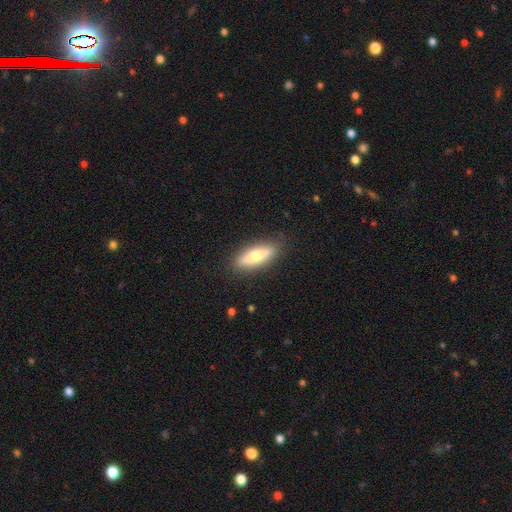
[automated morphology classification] Smooth or featured?
  - smooth: 63% *
  - featured or disk: 31%
  - star or artifact: 6%
How rounded?
  - cigar-shaped: 49% *
  - in between: 48%
  - round: 2%
Merging?
  - none: 86% *
  - minor disturbance: 10%
  - major disturbance: 3%
  - merger: 1%